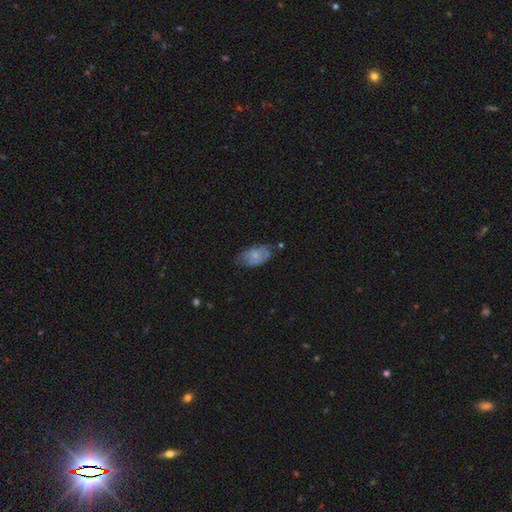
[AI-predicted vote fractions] smooth 54%, featured or disk 38%, star or artifact 8%. Down the decision tree: how rounded — in between (92%); merging — none (54%).